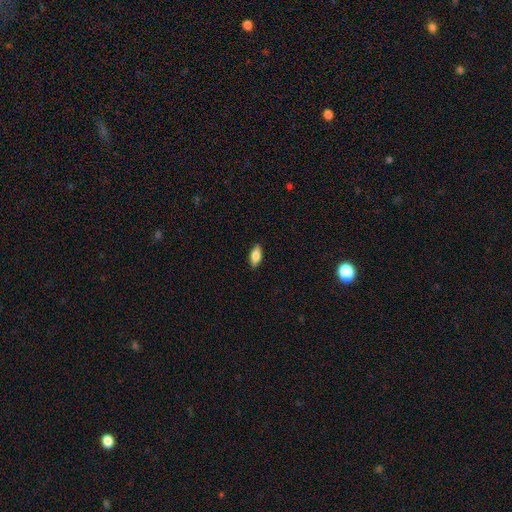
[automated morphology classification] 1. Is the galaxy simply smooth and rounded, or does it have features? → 83% smooth, 10% featured or disk, 7% star or artifact.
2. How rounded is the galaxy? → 87% in between, 10% cigar-shaped, 3% round.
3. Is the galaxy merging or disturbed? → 88% none, 9% minor disturbance, 2% major disturbance, 1% merger.